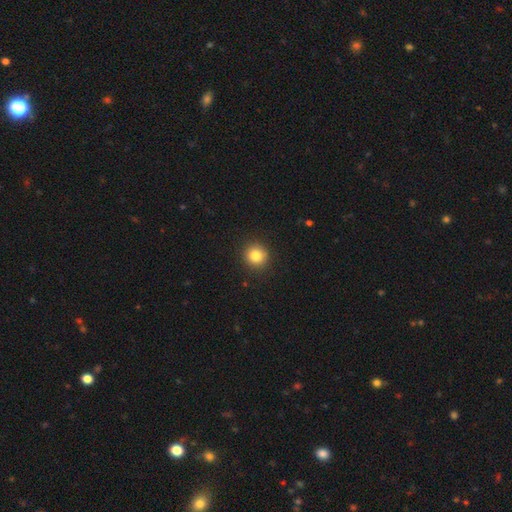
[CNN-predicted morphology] A smooth galaxy with no disk features (84%) that is round (92%).

Vote fractions:
- Smooth or featured? smooth: 84% / star or artifact: 11% / featured or disk: 6%
- How rounded? round: 92% / in between: 7% / cigar-shaped: 1%
- Merging? none: 91% / minor disturbance: 6% / major disturbance: 2% / merger: 1%